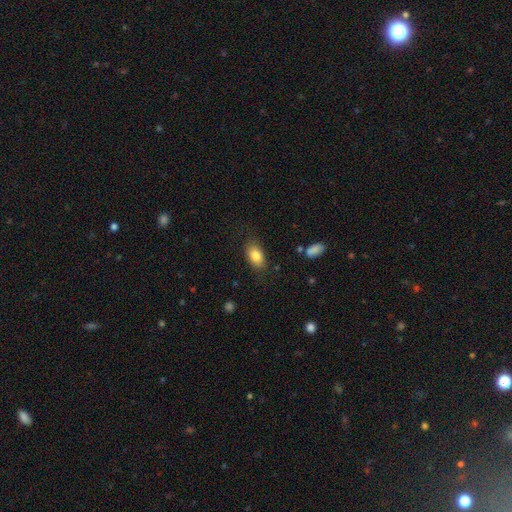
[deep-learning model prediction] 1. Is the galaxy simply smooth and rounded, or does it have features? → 82% smooth, 10% featured or disk, 8% star or artifact.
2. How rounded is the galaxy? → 89% in between, 9% round, 2% cigar-shaped.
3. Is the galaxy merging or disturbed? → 81% none, 14% minor disturbance, 4% major disturbance, 1% merger.